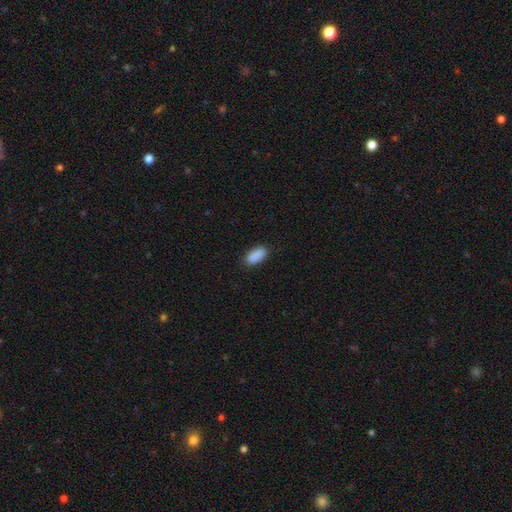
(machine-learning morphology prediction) smooth_or_featured: smooth (p=0.89) [alt: star or artifact p=0.07]
how_rounded: in between (p=0.89) [alt: cigar-shaped p=0.08]
merging: none (p=0.85) [alt: minor disturbance p=0.11]